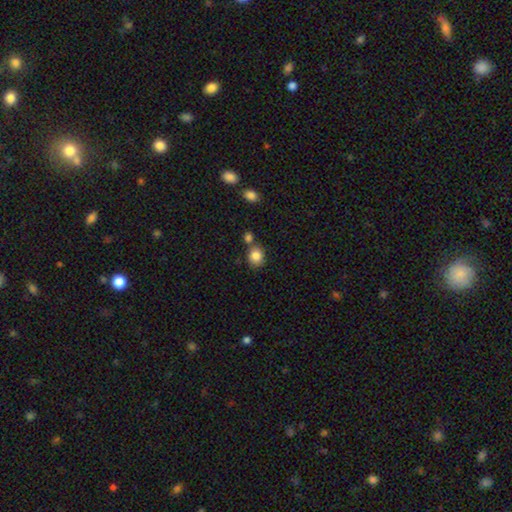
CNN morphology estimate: smooth-or-featured: smooth: 85% | star or artifact: 9% | featured or disk: 6%
  how-rounded: round: 73% | in between: 26% | cigar-shaped: 1%
  merging: none: 65% | merger: 19% | minor disturbance: 12% | major disturbance: 4%